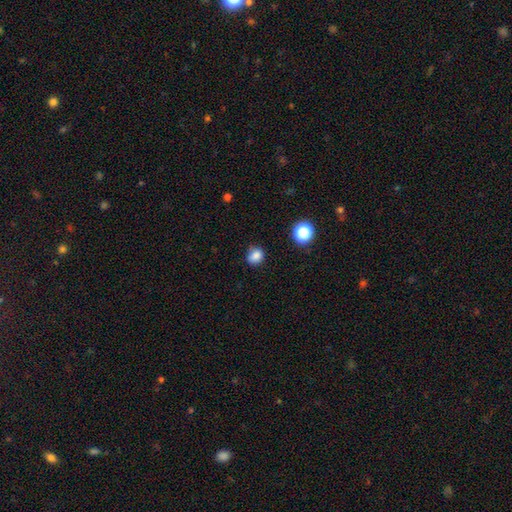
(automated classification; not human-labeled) Smooth or featured?
  - smooth: 82% *
  - star or artifact: 13%
  - featured or disk: 5%
How rounded?
  - round: 71% *
  - in between: 28%
  - cigar-shaped: 1%
Merging?
  - none: 67% *
  - minor disturbance: 23%
  - major disturbance: 5%
  - merger: 4%